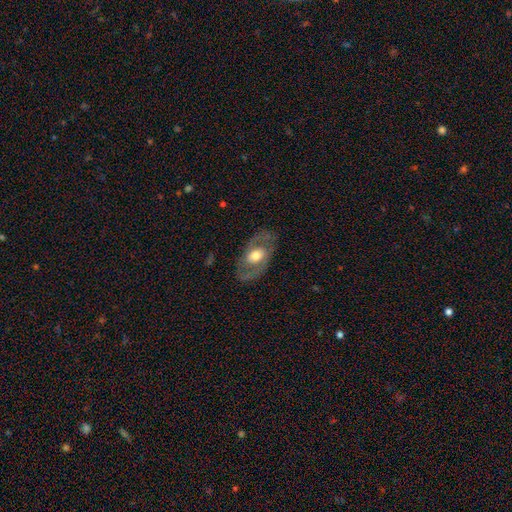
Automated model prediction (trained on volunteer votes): Smooth or featured? featured or disk (64%)
Edge-on disk? no (91%)
Bar? no (64%)
Spiral arms? yes (54%)
Bulge size? moderate (65%)
Merging? none (79%)